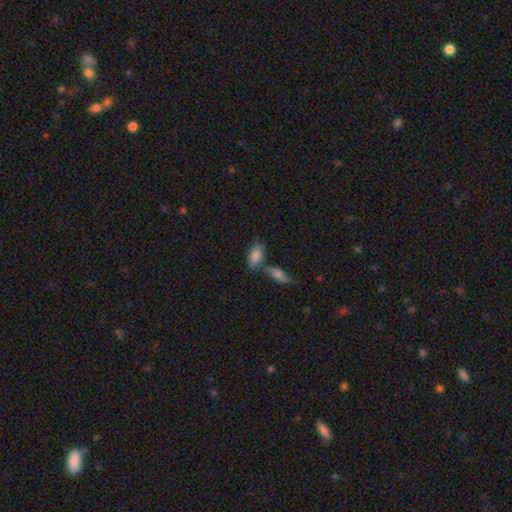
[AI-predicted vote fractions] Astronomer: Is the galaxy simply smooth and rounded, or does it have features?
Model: smooth — 83%.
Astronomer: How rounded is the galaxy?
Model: in between — 91%.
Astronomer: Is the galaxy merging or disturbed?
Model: none — 50% (runner-up: merger, 30%).